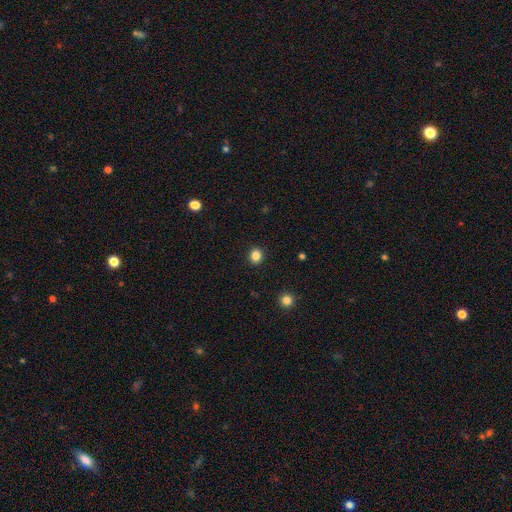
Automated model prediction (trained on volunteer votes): smooth_or_featured: smooth (p=0.83) [alt: star or artifact p=0.12]
how_rounded: round (p=0.83) [alt: in between p=0.16]
merging: none (p=0.92) [alt: minor disturbance p=0.05]